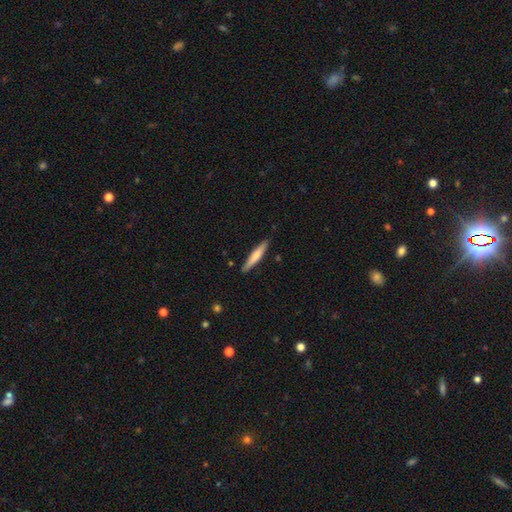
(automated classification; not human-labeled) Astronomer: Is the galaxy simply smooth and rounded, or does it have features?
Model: smooth — 65%.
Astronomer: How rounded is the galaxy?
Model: cigar-shaped — 92%.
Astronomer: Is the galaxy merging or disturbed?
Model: none — 88%.